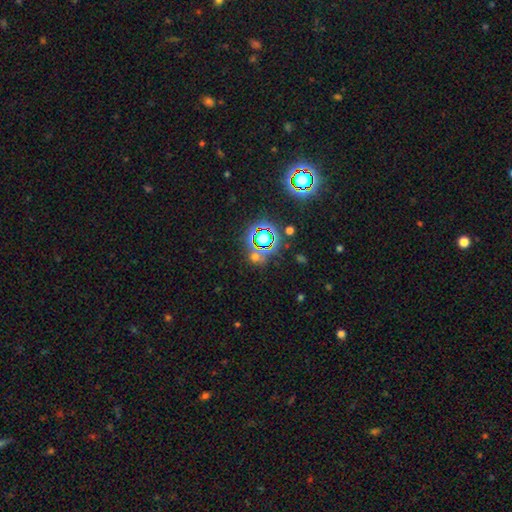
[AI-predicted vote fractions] The model was most divided on "smooth or featured": star or artifact: 71%, smooth: 20%, featured or disk: 9%.